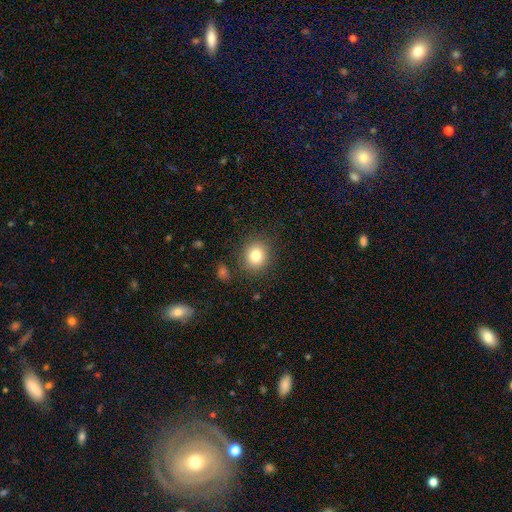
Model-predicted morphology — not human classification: Q: Smooth or featured?
A: smooth (80%); runner-up: star or artifact (11%)
Q: How rounded?
A: round (80%); runner-up: in between (19%)
Q: Merging?
A: none (85%); runner-up: minor disturbance (9%)